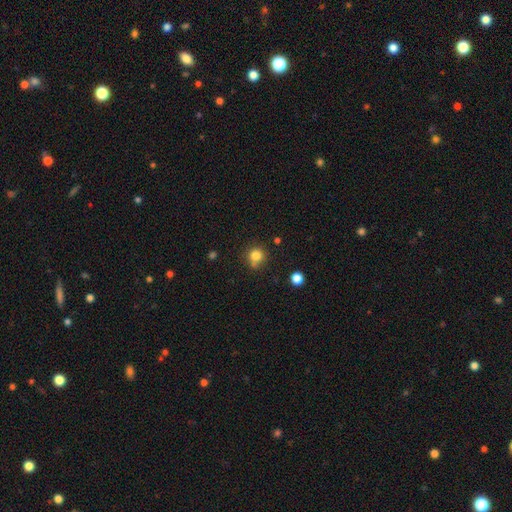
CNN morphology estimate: Q: Smooth or featured?
A: smooth (80%); runner-up: star or artifact (13%)
Q: How rounded?
A: round (89%); runner-up: in between (10%)
Q: Merging?
A: none (66%); runner-up: minor disturbance (16%)